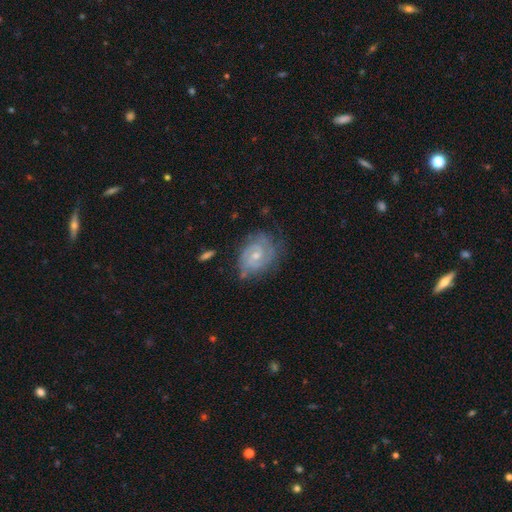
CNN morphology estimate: Q: Smooth or featured?
A: featured or disk (84%); runner-up: smooth (10%)
Q: Edge-on disk?
A: no (97%); runner-up: yes (3%)
Q: Bar?
A: no (49%); runner-up: weak (44%)
Q: Spiral arms?
A: yes (96%); runner-up: no (4%)
Q: Spiral winding?
A: tight (61%); runner-up: medium (32%)
Q: Spiral arm count?
A: 2 (62%); runner-up: can't tell (16%)
Q: Bulge size?
A: small (52%); runner-up: moderate (44%)
Q: Merging?
A: none (69%); runner-up: minor disturbance (22%)